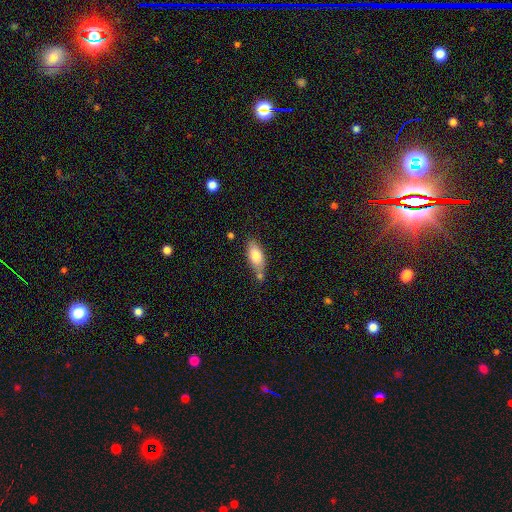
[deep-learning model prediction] A smooth galaxy with no disk features (79%) that is in between round and cigar-shaped (82%). Merging: none (59%).